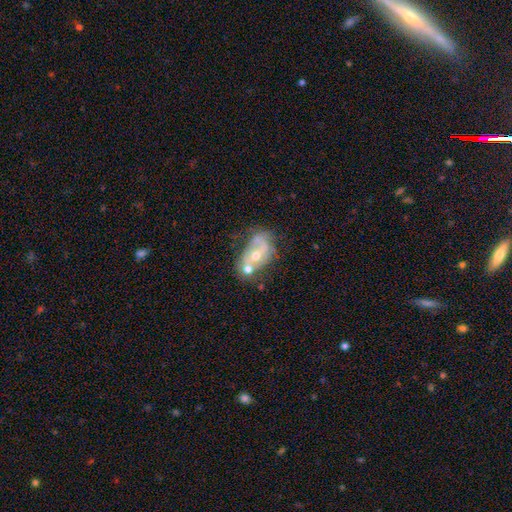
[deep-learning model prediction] Smooth or featured? featured or disk (64%)
Edge-on disk? no (95%)
Bar? no (67%)
Spiral arms? no (56%)
Bulge size? moderate (57%)
Merging? merger (33%)